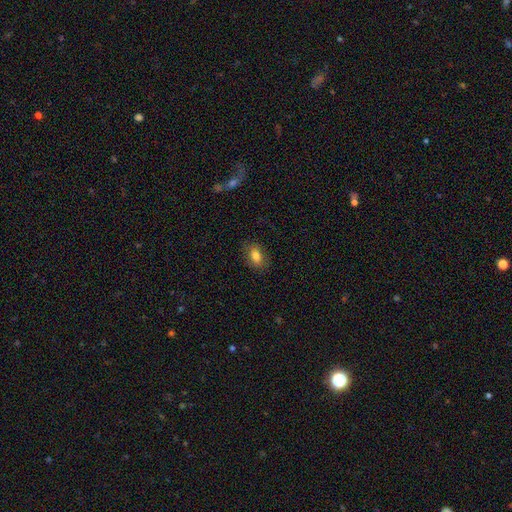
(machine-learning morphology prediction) A smooth galaxy with no disk features (81%) that is in between round and cigar-shaped (83%).

Vote fractions:
- Smooth or featured? smooth: 81% / featured or disk: 10% / star or artifact: 9%
- How rounded? in between: 83% / round: 15% / cigar-shaped: 2%
- Merging? none: 84% / minor disturbance: 12% / major disturbance: 3% / merger: 1%